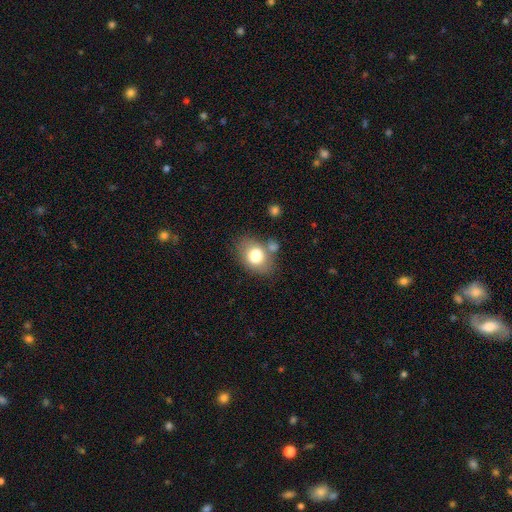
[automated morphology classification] Overall: smooth (76%). How rounded: in between (66%; round 32%). Merging: none (66%).